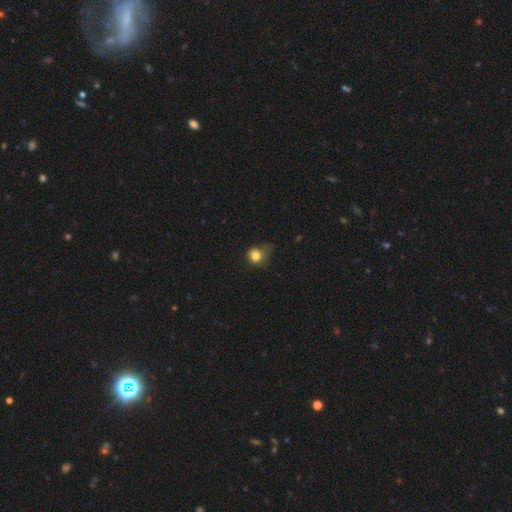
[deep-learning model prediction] Overall: smooth (80%). How rounded: round (79%). Merging: none (44%; minor disturbance 37%).